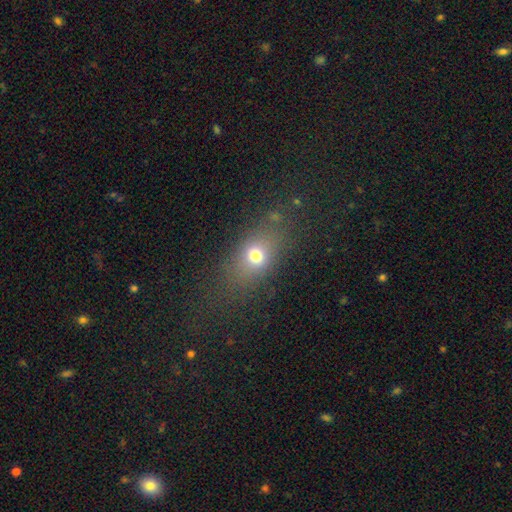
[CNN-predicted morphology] Overall: smooth (68%). How rounded: in between (64%; round 30%). Merging: none (71%).